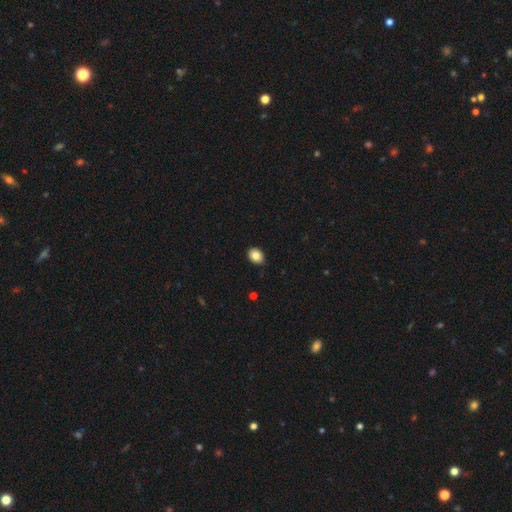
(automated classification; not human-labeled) Overall: smooth (85%). How rounded: in between (67%; round 32%). Merging: none (87%).